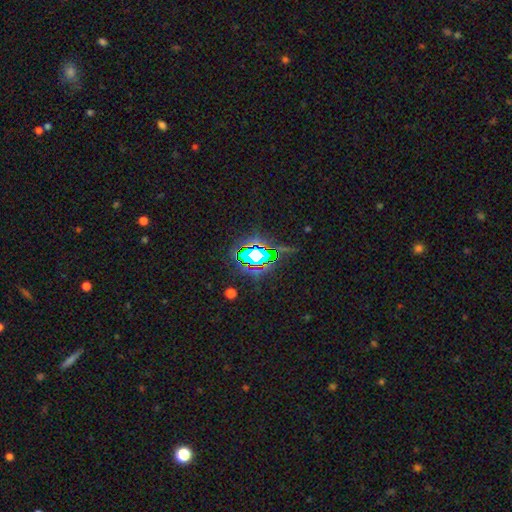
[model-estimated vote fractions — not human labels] Smooth or featured?
  - star or artifact: 66% *
  - smooth: 18%
  - featured or disk: 16%